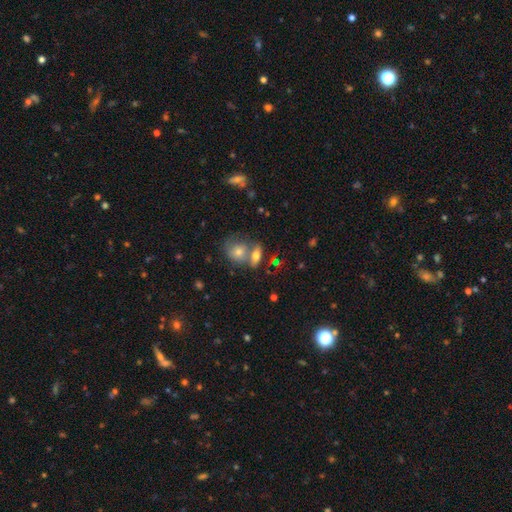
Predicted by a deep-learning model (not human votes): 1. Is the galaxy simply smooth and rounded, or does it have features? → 62% smooth, 28% featured or disk, 10% star or artifact.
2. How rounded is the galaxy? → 66% in between, 17% cigar-shaped, 16% round.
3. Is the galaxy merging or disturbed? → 46% merger, 40% none, 10% minor disturbance, 4% major disturbance.